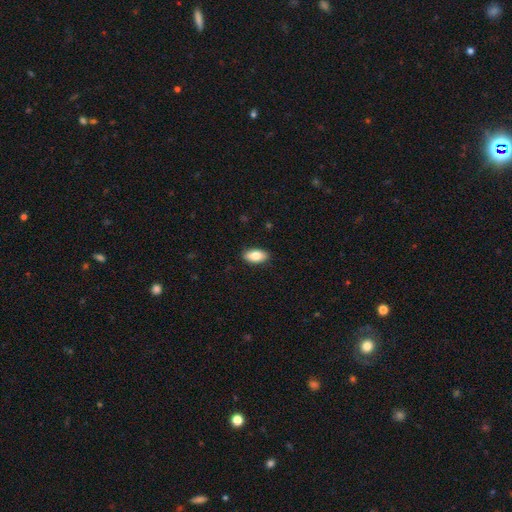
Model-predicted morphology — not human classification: Smooth or featured?
  - smooth: 81% *
  - featured or disk: 12%
  - star or artifact: 7%
How rounded?
  - in between: 92% *
  - cigar-shaped: 4%
  - round: 4%
Merging?
  - none: 89% *
  - minor disturbance: 8%
  - major disturbance: 2%
  - merger: 1%